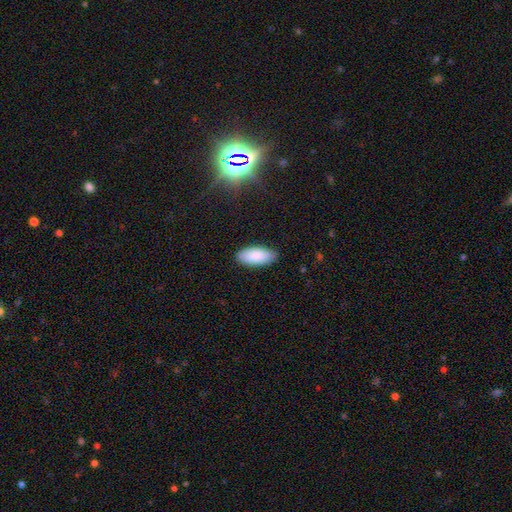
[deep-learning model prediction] The model was most divided on "merging": none: 87%, minor disturbance: 10%, major disturbance: 2%, merger: 1%. More confident: how rounded — in between (91%); smooth or featured — smooth (89%).